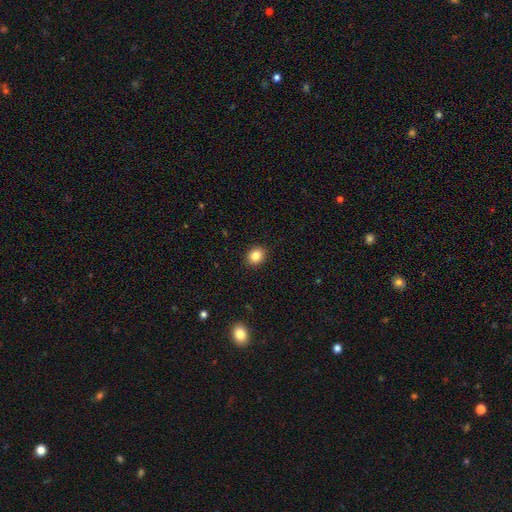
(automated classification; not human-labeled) smooth_or_featured: smooth (p=0.84) [alt: star or artifact p=0.10]
how_rounded: round (p=0.61) [alt: in between p=0.38]
merging: none (p=0.91) [alt: minor disturbance p=0.06]